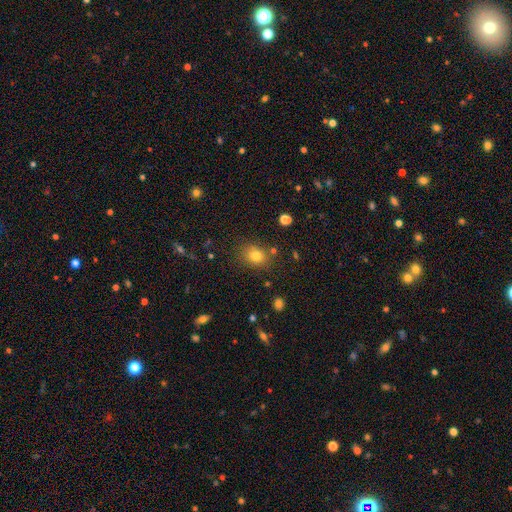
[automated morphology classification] A smooth galaxy with no disk features (79%) that is round (53%). Merging: none (79%).